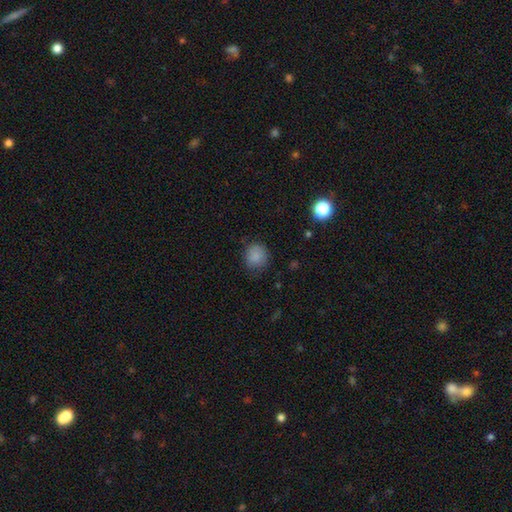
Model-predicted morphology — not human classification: Smooth or featured?
  - smooth: 86% *
  - star or artifact: 10%
  - featured or disk: 5%
How rounded?
  - round: 85% *
  - in between: 14%
  - cigar-shaped: 1%
Merging?
  - none: 78% *
  - minor disturbance: 17%
  - major disturbance: 4%
  - merger: 1%